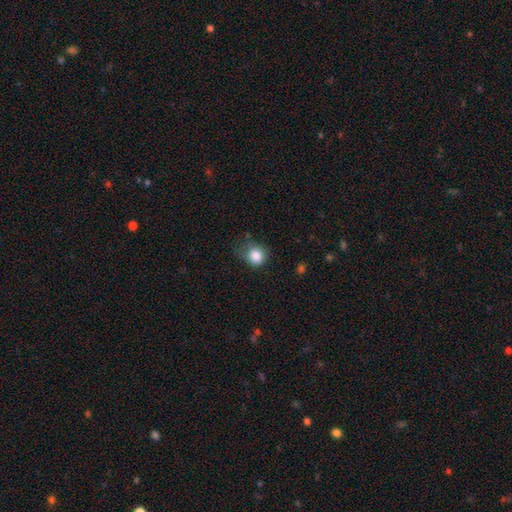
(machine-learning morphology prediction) Smooth or featured: smooth — 85% (star or artifact — 9%)
How rounded: round — 74% (in between — 26%)
Merging: none — 48% (minor disturbance — 35%)